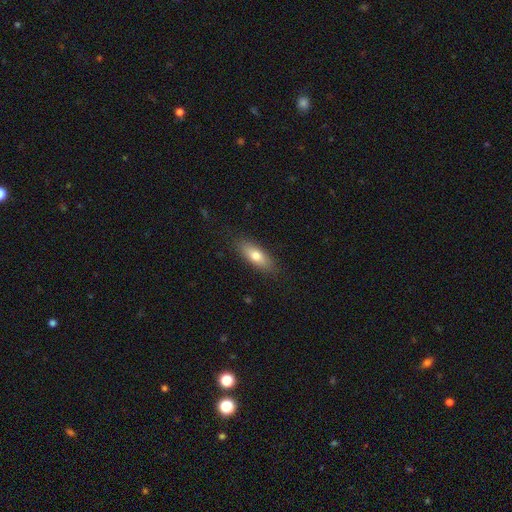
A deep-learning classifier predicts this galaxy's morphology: smooth_or_featured: smooth (p=0.75) [alt: featured or disk p=0.18]
how_rounded: in between (p=0.68) [alt: cigar-shaped p=0.29]
merging: none (p=0.85) [alt: minor disturbance p=0.11]